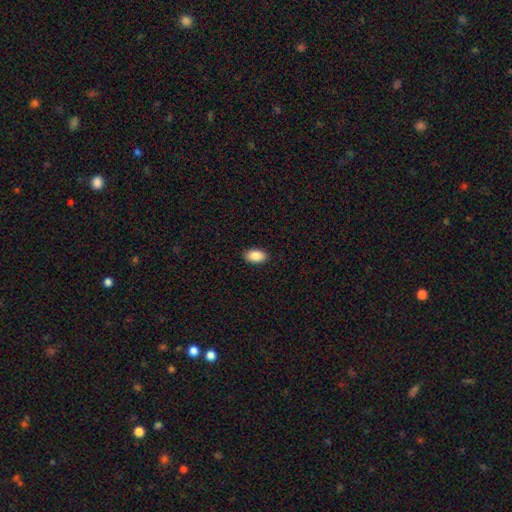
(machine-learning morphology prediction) smooth_or_featured: smooth (p=0.89) [alt: star or artifact p=0.07]
how_rounded: in between (p=0.93) [alt: round p=0.05]
merging: none (p=0.90) [alt: minor disturbance p=0.07]